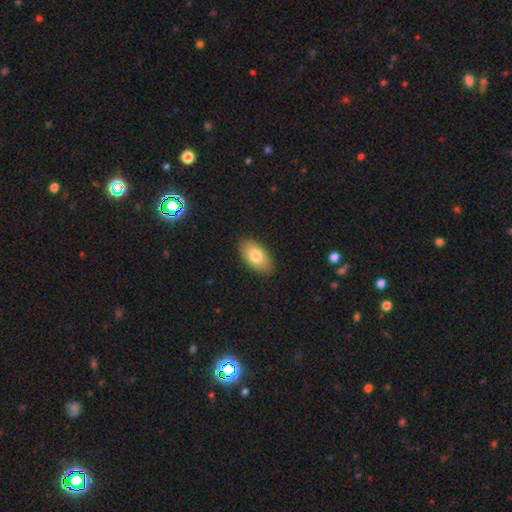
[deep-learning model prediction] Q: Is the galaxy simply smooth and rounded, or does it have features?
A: smooth — 80%.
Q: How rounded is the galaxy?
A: in between — 94%.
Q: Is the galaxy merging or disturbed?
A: none — 87%.